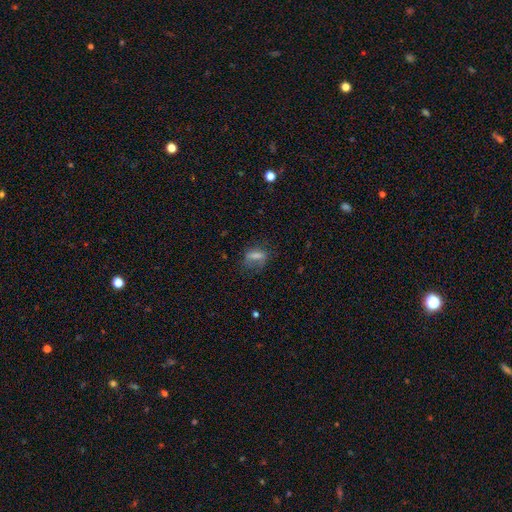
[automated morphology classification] Smooth or featured?
  - smooth: 51% *
  - featured or disk: 30%
  - star or artifact: 19%
How rounded?
  - in between: 59% *
  - cigar-shaped: 22%
  - round: 19%
Merging?
  - none: 62% *
  - minor disturbance: 21%
  - major disturbance: 15%
  - merger: 2%